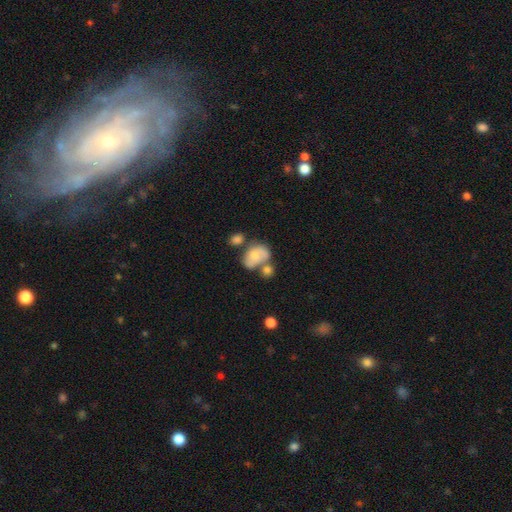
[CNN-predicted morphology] Smooth or featured? smooth (58%)
How rounded? in between (66%)
Merging? merger (35%)